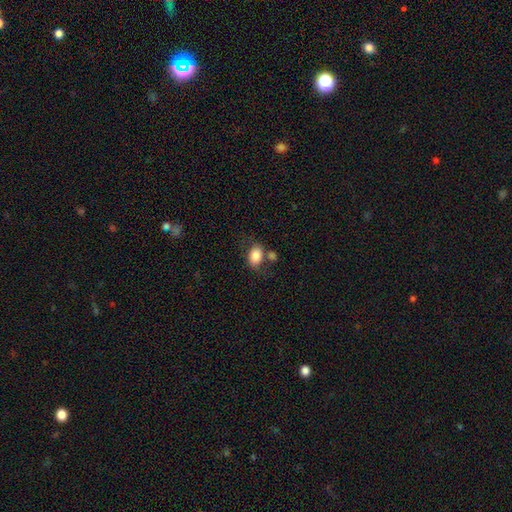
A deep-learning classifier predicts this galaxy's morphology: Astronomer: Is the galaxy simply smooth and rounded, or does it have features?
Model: smooth — 83%.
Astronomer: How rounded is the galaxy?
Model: in between — 77%.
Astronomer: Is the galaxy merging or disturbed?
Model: none — 56%.